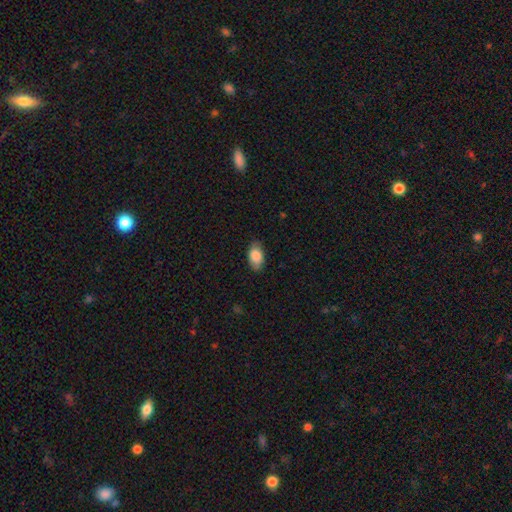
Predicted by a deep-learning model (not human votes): Smooth or featured?
  - smooth: 85% *
  - featured or disk: 8%
  - star or artifact: 7%
How rounded?
  - in between: 93% *
  - round: 5%
  - cigar-shaped: 2%
Merging?
  - none: 83% *
  - minor disturbance: 13%
  - major disturbance: 3%
  - merger: 1%